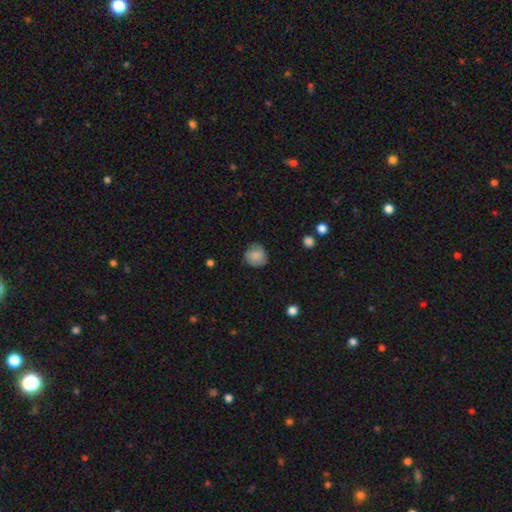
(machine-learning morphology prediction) A smooth galaxy with no disk features (83%) that is round (87%). Merging: none (80%).